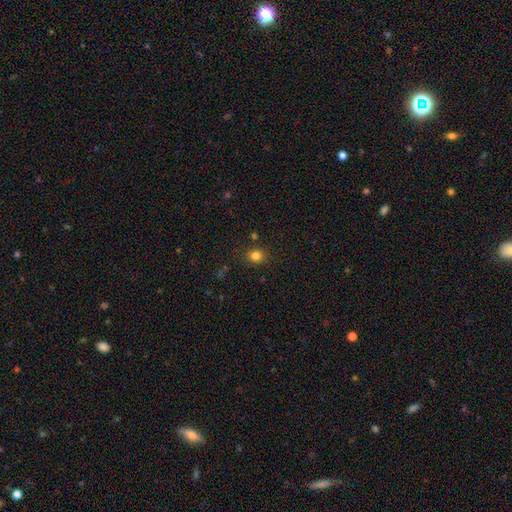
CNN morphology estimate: type=smooth (81%); roundness=round (71%); merging=none (85%).